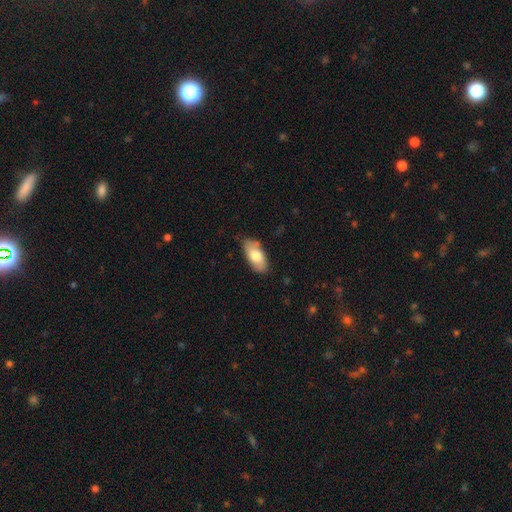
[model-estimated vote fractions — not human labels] smooth 73%, featured or disk 22%, star or artifact 6%. Down the decision tree: how rounded — in between (91%); merging — none (81%).